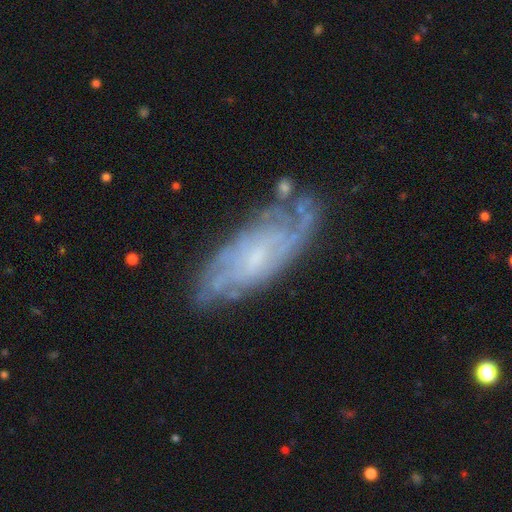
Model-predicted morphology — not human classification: Overall: featured or disk (78%). Edge-on disk: no (87%). Bar: no (56%; weak 37%). Spiral arms: yes (89%). Spiral arm count: can't tell (54%; 2 17%). Spiral winding: tight (55%; medium 33%). Bulge size: small (63%). Merging: none (70%).